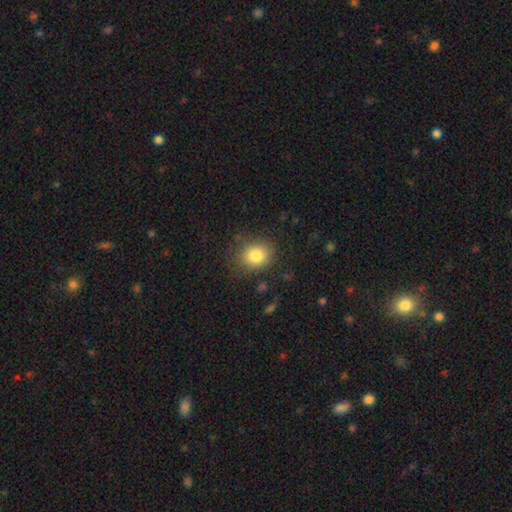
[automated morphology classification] Smooth or featured? smooth (82%)
How rounded? round (72%)
Merging? none (83%)